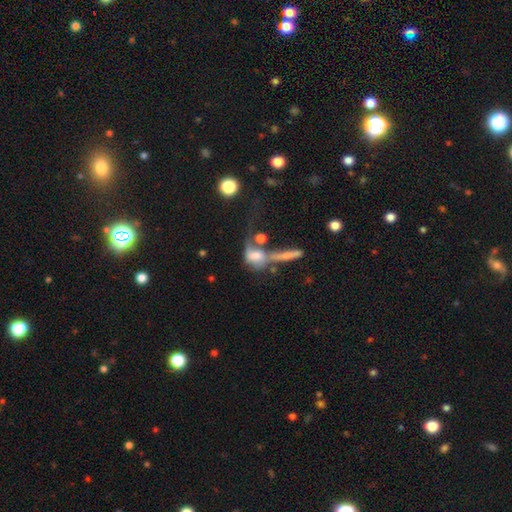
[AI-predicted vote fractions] Morphology: type=smooth (50%); roundness=in between (57%); merging=merger (46%).